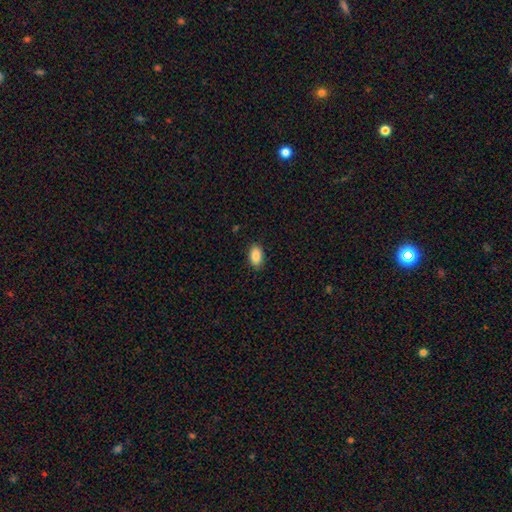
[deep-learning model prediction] smooth-or-featured: smooth: 89% | star or artifact: 7% | featured or disk: 4%
  how-rounded: in between: 92% | round: 5% | cigar-shaped: 2%
  merging: none: 88% | minor disturbance: 9% | major disturbance: 2% | merger: 1%